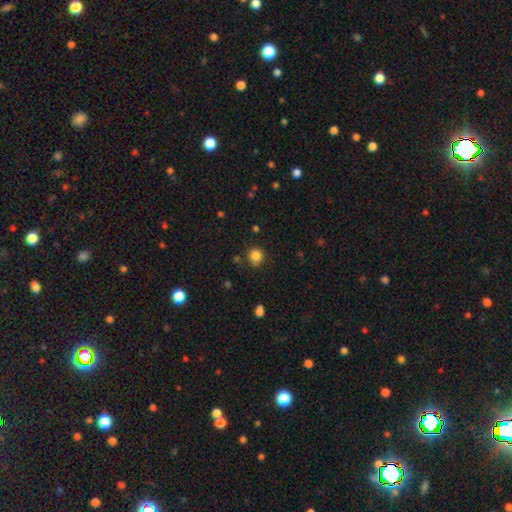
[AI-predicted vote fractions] Morphology: type=smooth (84%); roundness=round (86%); merging=none (77%).